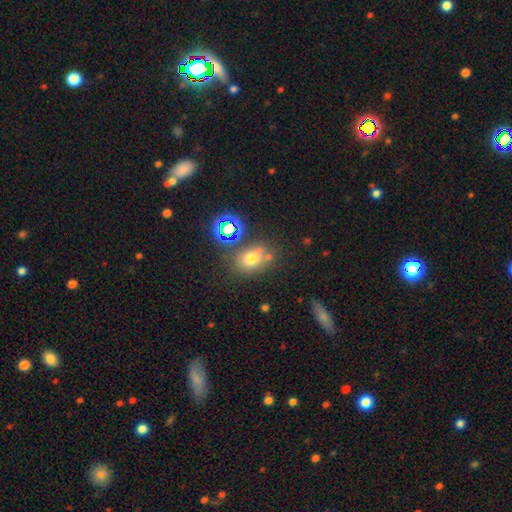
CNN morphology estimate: Smooth or featured? Predicted: smooth (p=0.57). How rounded? Predicted: in between (p=0.49). Merging? Predicted: none (p=0.70).